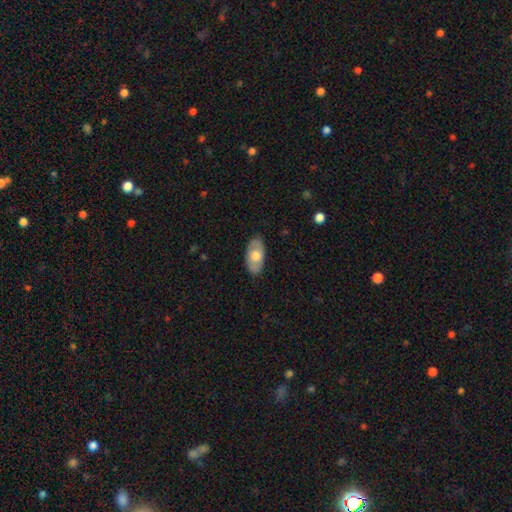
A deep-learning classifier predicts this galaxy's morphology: Smooth or featured?
  - smooth: 60% *
  - featured or disk: 34%
  - star or artifact: 5%
How rounded?
  - in between: 94% *
  - round: 4%
  - cigar-shaped: 3%
Merging?
  - none: 85% *
  - minor disturbance: 11%
  - major disturbance: 2%
  - merger: 1%